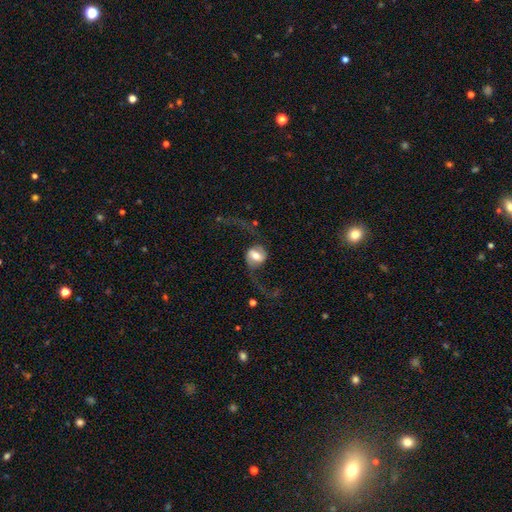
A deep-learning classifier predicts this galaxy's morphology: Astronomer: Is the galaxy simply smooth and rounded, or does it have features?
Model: featured or disk — 78%.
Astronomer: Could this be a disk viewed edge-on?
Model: no — 96%.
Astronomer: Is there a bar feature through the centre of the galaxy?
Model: weak — 42% (runner-up: no, 31%).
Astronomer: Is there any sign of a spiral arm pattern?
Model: yes — 90%.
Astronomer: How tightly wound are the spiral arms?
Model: loose — 89%.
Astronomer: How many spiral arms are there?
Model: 2 — 92%.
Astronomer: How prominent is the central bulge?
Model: moderate — 59%.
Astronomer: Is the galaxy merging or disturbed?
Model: none — 57%.